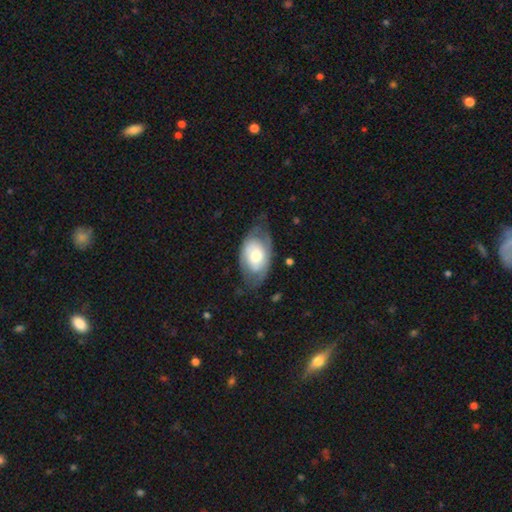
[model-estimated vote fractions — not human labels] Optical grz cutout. It shows a featured or disk galaxy (49%). Merging: none (59%).